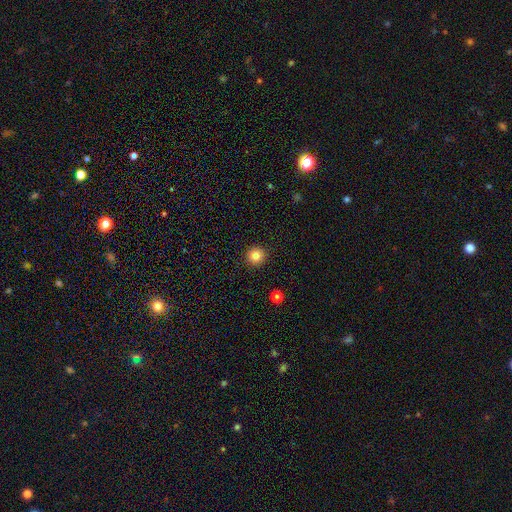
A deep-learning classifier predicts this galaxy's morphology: type=smooth (84%); roundness=round (95%); merging=none (93%).